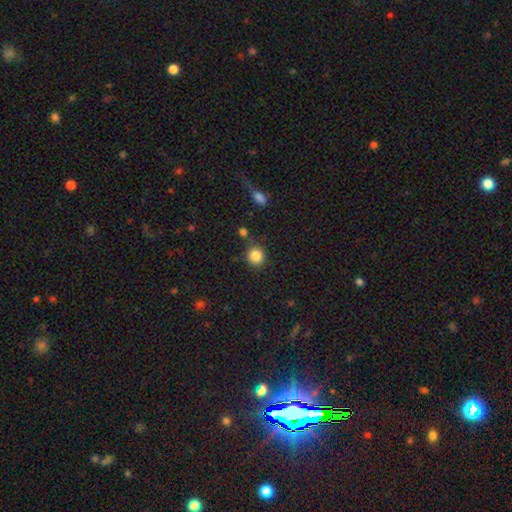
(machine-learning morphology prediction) type=smooth (86%); roundness=round (90%); merging=none (81%).